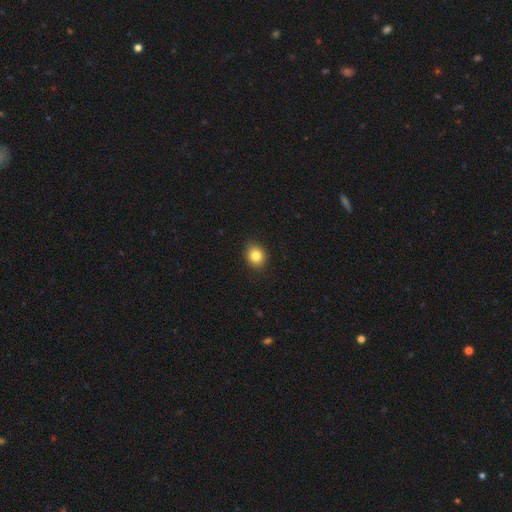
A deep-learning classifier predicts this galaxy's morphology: Q: Smooth or featured?
A: smooth (84%); runner-up: star or artifact (10%)
Q: How rounded?
A: round (66%); runner-up: in between (33%)
Q: Merging?
A: none (88%); runner-up: minor disturbance (9%)